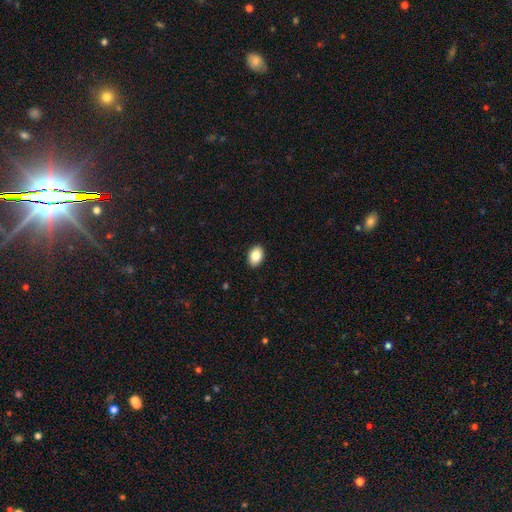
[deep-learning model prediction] Smooth or featured?
  - smooth: 85% *
  - star or artifact: 8%
  - featured or disk: 7%
How rounded?
  - in between: 83% *
  - round: 15%
  - cigar-shaped: 1%
Merging?
  - none: 91% *
  - minor disturbance: 7%
  - major disturbance: 2%
  - merger: 1%